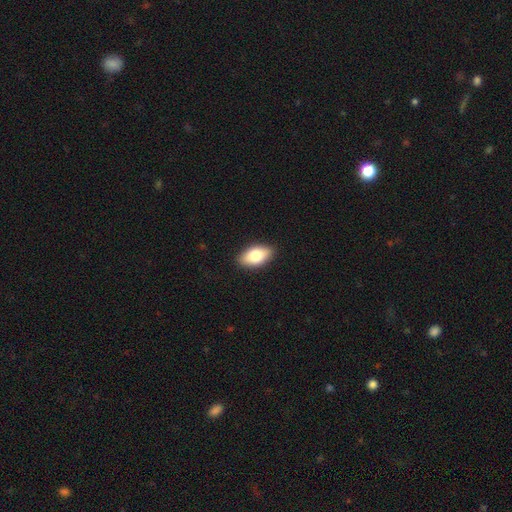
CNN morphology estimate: Smooth or featured? Predicted: smooth (p=0.78). How rounded? Predicted: in between (p=0.92). Merging? Predicted: none (p=0.89).